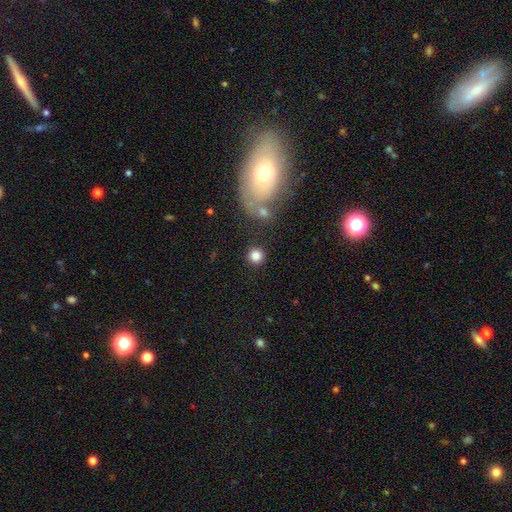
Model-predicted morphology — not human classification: The model was most divided on "smooth or featured": smooth: 83%, star or artifact: 10%, featured or disk: 6%. More confident: how rounded — round (94%); merging — none (85%).